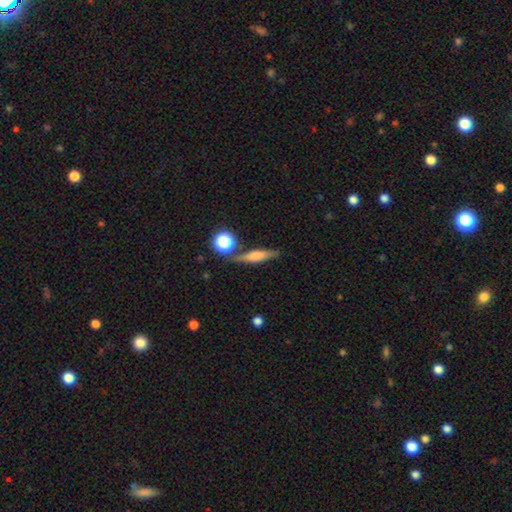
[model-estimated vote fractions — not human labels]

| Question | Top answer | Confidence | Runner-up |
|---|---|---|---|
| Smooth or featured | smooth | 46% | featured or disk (44%) |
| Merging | none | 76% | minor disturbance (12%) |